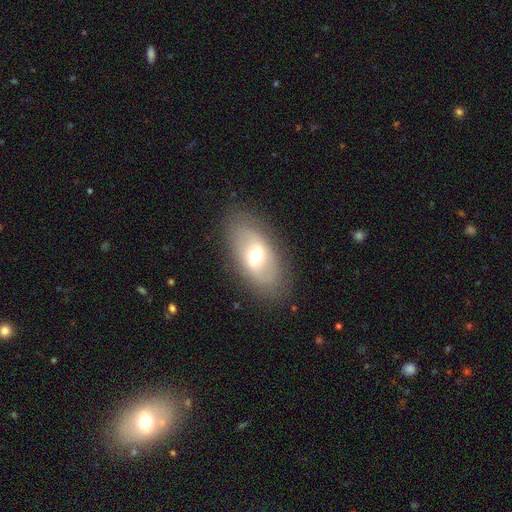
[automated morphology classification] Smooth or featured? Predicted: featured or disk (p=0.47). Merging? Predicted: none (p=0.83).